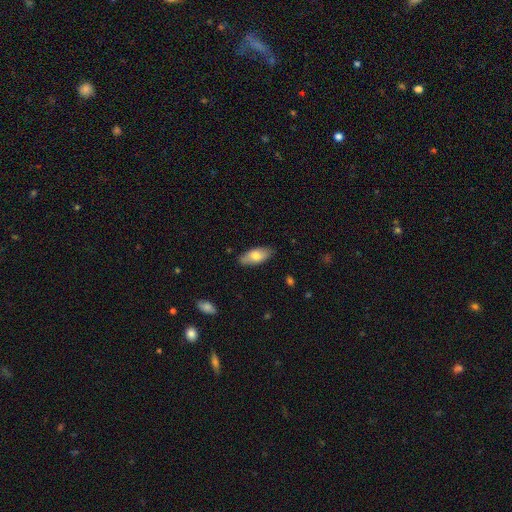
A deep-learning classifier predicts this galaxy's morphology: Smooth or featured? smooth (73%)
How rounded? in between (87%)
Merging? none (85%)